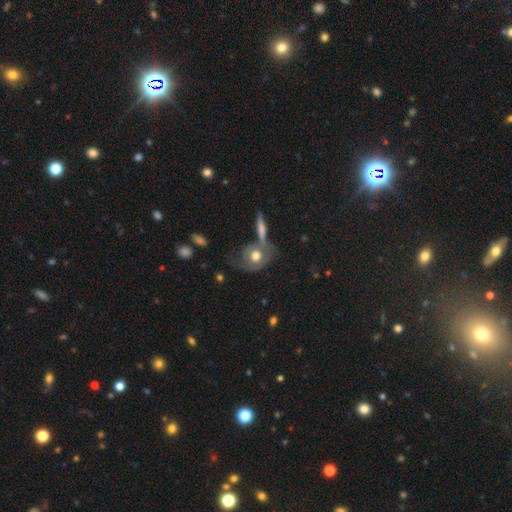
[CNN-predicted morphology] Smooth or featured? smooth (51%)
How rounded? round (59%)
Merging? none (44%)